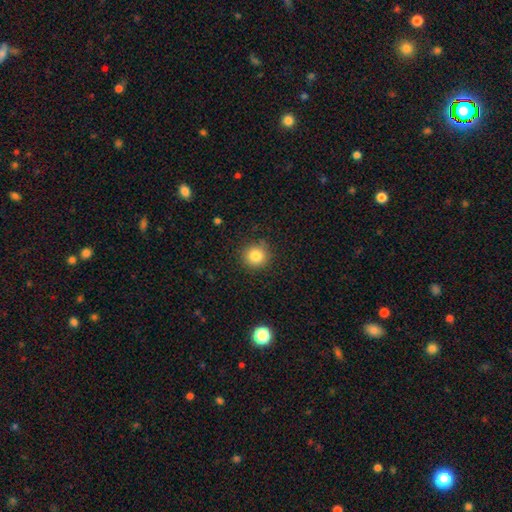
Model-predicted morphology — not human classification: This is clearly a smooth galaxy (83%). How rounded: clearly round (92%). Merging: clearly none (87%).